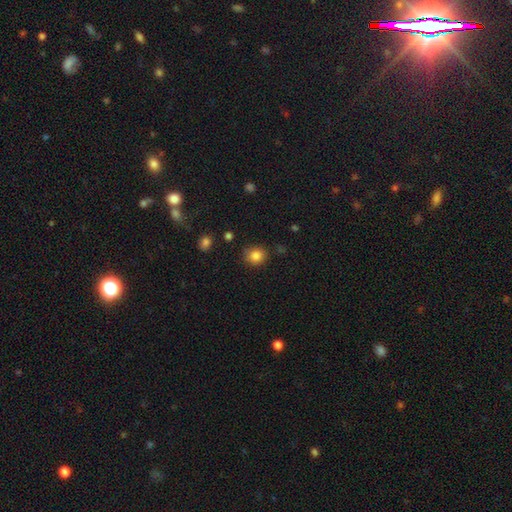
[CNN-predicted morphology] Smooth or featured?
  - smooth: 84% *
  - star or artifact: 11%
  - featured or disk: 5%
How rounded?
  - round: 81% *
  - in between: 18%
  - cigar-shaped: 1%
Merging?
  - none: 79% *
  - minor disturbance: 16%
  - major disturbance: 4%
  - merger: 2%